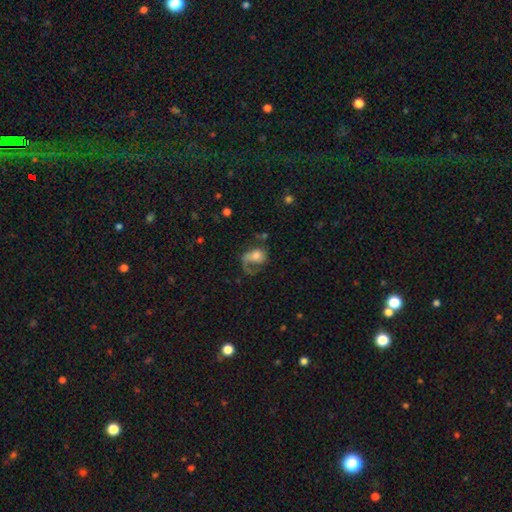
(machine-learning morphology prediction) Smooth or featured? Predicted: featured or disk (p=0.56). Edge-on disk? Predicted: no (p=0.97). Bar? Predicted: no (p=0.74). Spiral arms? Predicted: yes (p=0.79). Bulge size? Predicted: moderate (p=0.44). Merging? Predicted: major disturbance (p=0.49).